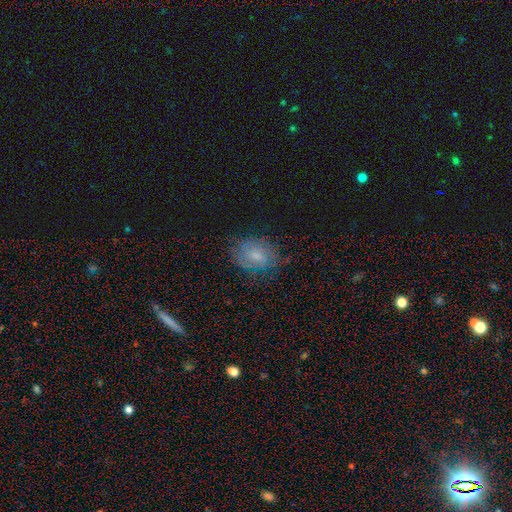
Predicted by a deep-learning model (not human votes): Overall: smooth (48%; featured or disk 41%). Merging: none (73%).